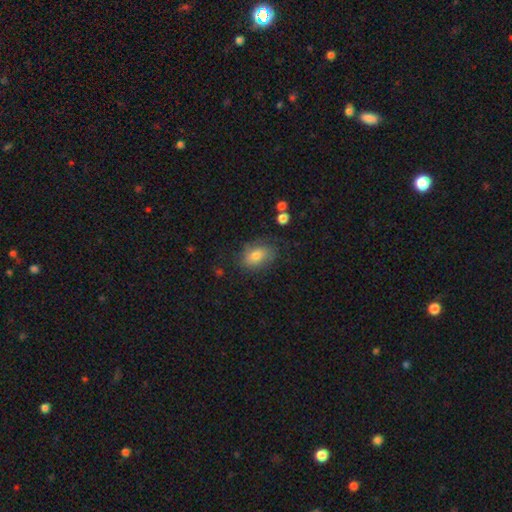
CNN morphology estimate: This is likely a smooth galaxy (74%). How rounded: likely in between (78%). Merging: likely none (65%).